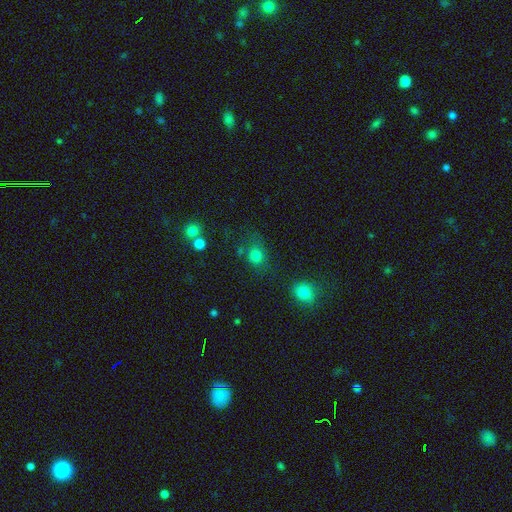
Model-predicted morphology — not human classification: Q: Smooth or featured?
A: smooth (78%); runner-up: star or artifact (16%)
Q: How rounded?
A: round (73%); runner-up: in between (25%)
Q: Merging?
A: none (64%); runner-up: minor disturbance (17%)